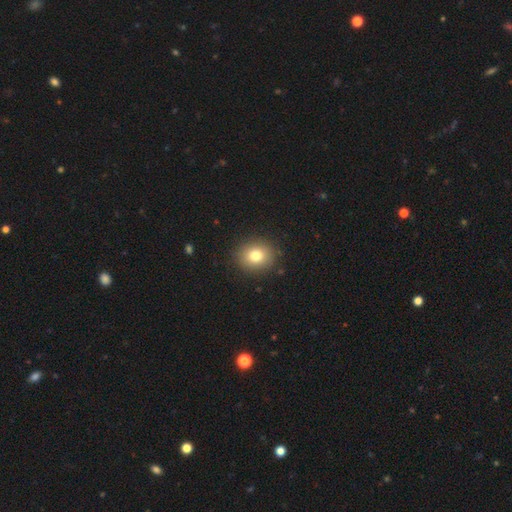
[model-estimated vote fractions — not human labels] smooth 79%, star or artifact 11%, featured or disk 10%. Down the decision tree: how rounded — round (72%); merging — none (89%).